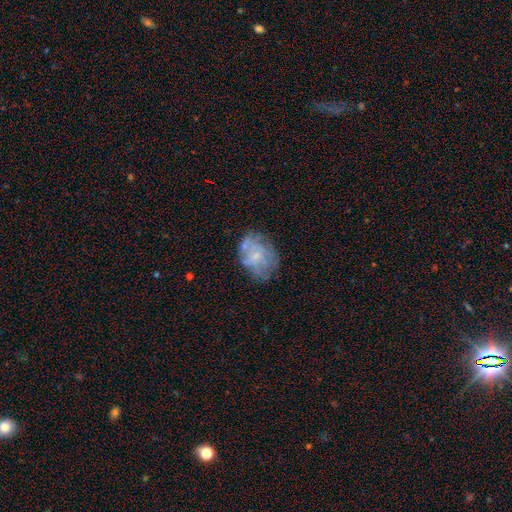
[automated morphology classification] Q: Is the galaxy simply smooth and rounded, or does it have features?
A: featured or disk — 54%.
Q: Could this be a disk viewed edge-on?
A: no — 98%.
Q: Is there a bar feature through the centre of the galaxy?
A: no — 76%.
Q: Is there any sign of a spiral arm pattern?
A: no — 59%.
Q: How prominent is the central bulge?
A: small — 62%.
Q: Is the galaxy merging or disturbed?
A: none — 53%.